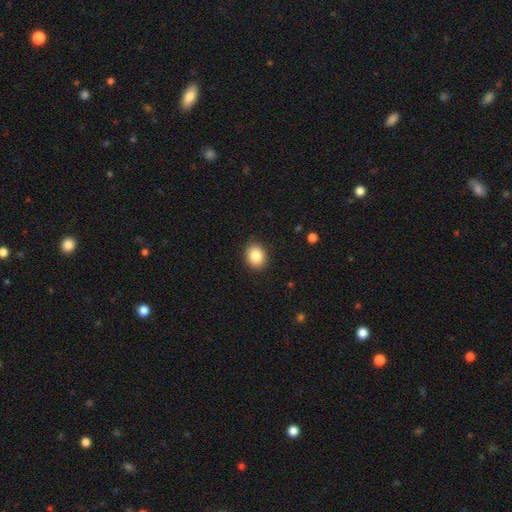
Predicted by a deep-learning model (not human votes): A smooth galaxy with no disk features (85%) that is round (51%).

Vote fractions:
- Smooth or featured? smooth: 85% / star or artifact: 9% / featured or disk: 6%
- How rounded? round: 51% / in between: 48% / cigar-shaped: 1%
- Merging? none: 89% / minor disturbance: 8% / major disturbance: 2% / merger: 1%